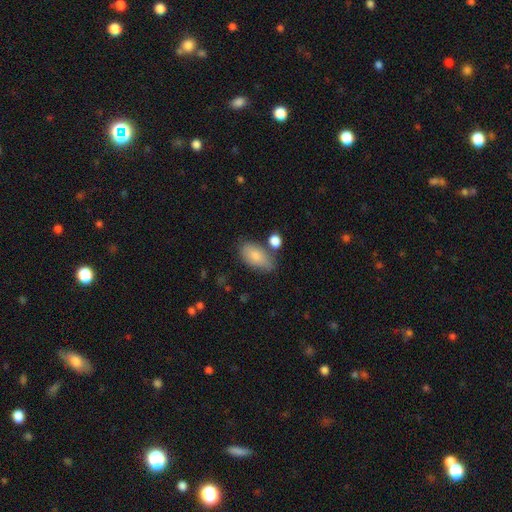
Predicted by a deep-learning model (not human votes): Q: Smooth or featured?
A: smooth (82%); runner-up: featured or disk (12%)
Q: How rounded?
A: in between (92%); runner-up: round (5%)
Q: Merging?
A: none (62%); runner-up: minor disturbance (21%)